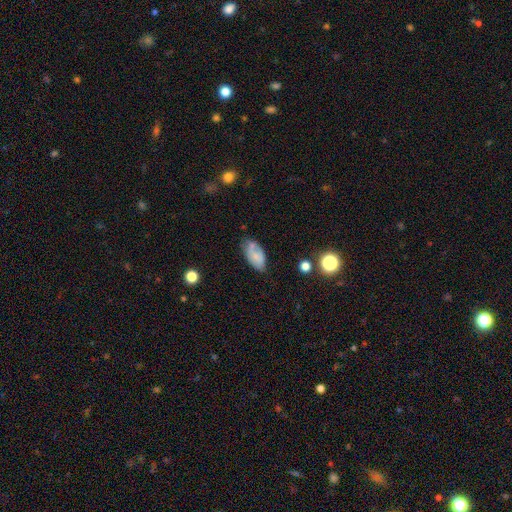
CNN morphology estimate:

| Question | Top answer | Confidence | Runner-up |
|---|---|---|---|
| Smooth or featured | smooth | 61% | featured or disk (31%) |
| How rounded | in between | 93% | round (4%) |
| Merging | none | 56% | minor disturbance (29%) |